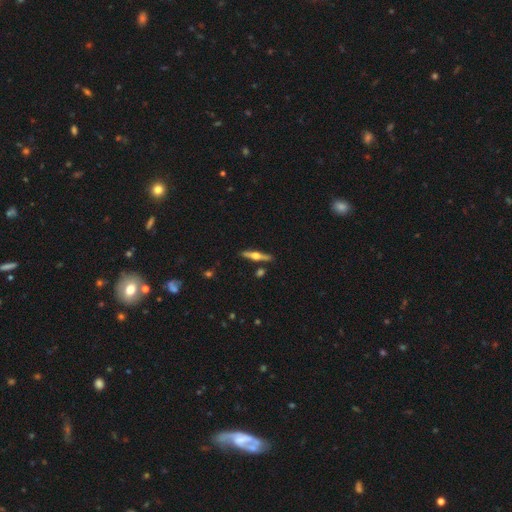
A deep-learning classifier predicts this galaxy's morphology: Smooth or featured? featured or disk (71%)
Edge-on disk? yes (97%)
Edge-on bulge? rounded (94%)
Merging? none (86%)